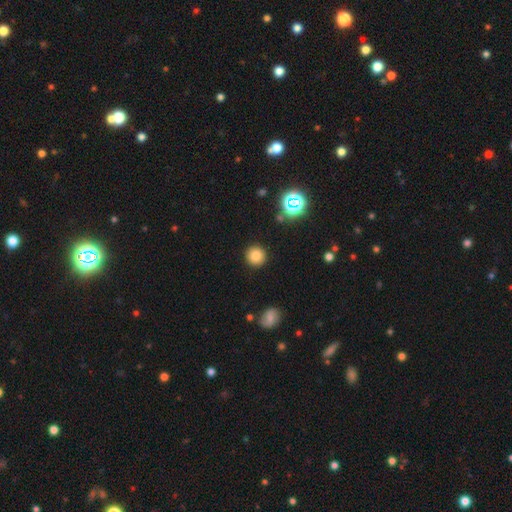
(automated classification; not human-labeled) Overall: smooth (80%). How rounded: round (94%). Merging: none (90%).